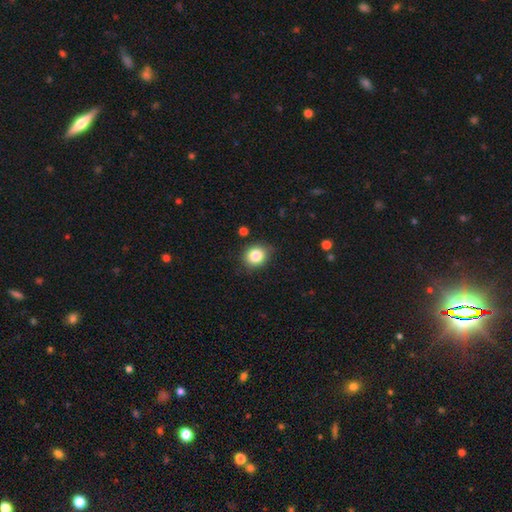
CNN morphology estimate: smooth 83%, star or artifact 10%, featured or disk 7%. Down the decision tree: how rounded — round (70%); merging — none (82%).